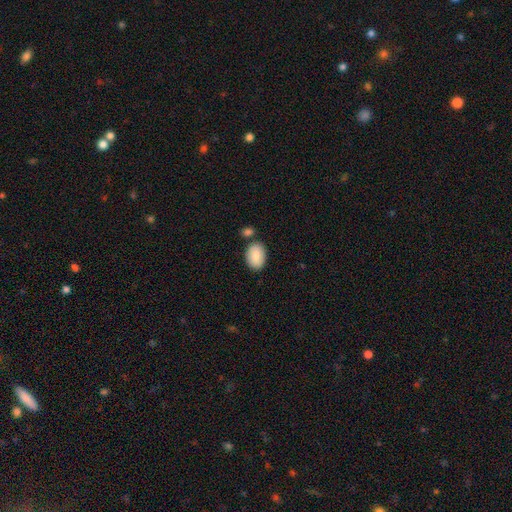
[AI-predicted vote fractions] This appears to be a smooth galaxy with no disk features (88%) that is in between round and cigar-shaped (87%). Merging: none (74%).